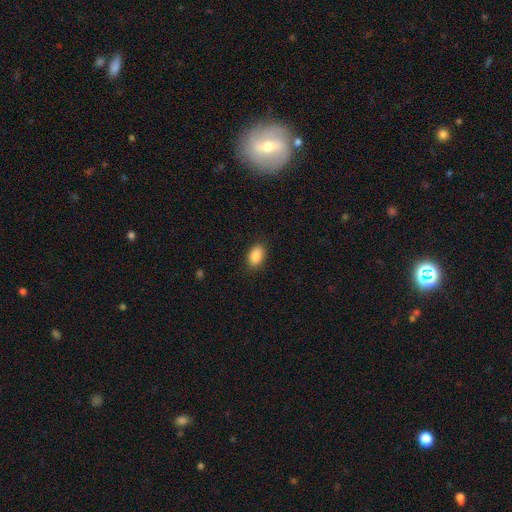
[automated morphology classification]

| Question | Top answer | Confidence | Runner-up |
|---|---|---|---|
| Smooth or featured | smooth | 89% | star or artifact (7%) |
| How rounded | in between | 89% | round (9%) |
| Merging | none | 87% | minor disturbance (9%) |